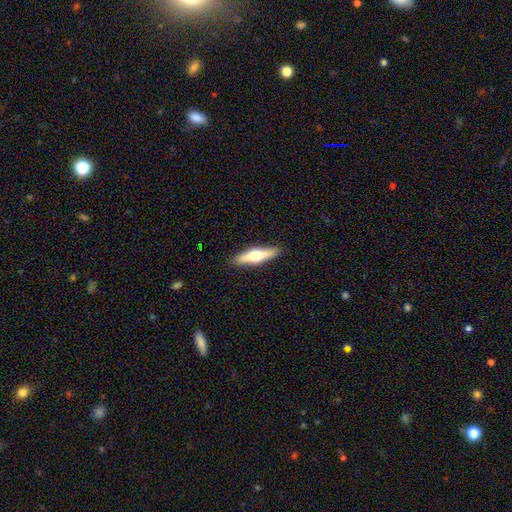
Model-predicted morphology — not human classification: featured or disk 52%, smooth 42%, star or artifact 5%. Down the decision tree: edge-on disk — yes (93%); merging — none (90%).